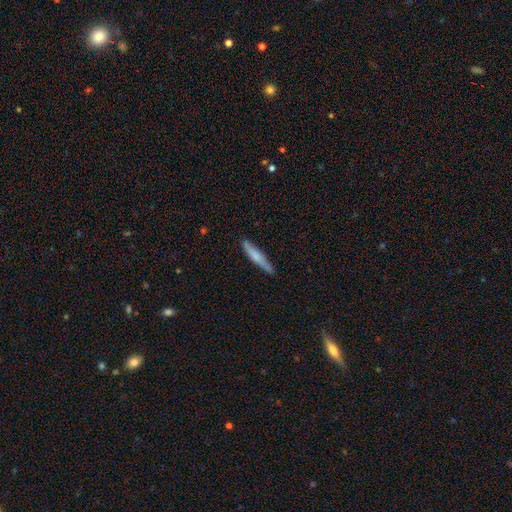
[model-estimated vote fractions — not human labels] Smooth or featured: smooth — 66% (featured or disk — 29%)
How rounded: cigar-shaped — 93% (in between — 5%)
Merging: none — 84% (minor disturbance — 12%)